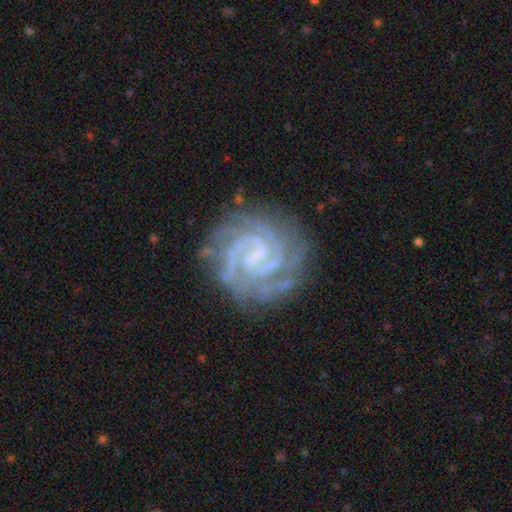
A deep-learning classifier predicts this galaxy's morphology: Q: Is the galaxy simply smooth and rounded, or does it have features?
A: featured or disk — 91%.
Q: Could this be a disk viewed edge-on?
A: no — 98%.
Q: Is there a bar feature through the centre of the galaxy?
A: weak — 51%.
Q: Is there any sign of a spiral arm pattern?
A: yes — 98%.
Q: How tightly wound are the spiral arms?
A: tight — 71%.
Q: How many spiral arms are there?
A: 2 — 37%.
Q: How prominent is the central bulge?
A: small — 51%.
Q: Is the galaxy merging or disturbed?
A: none — 77%.